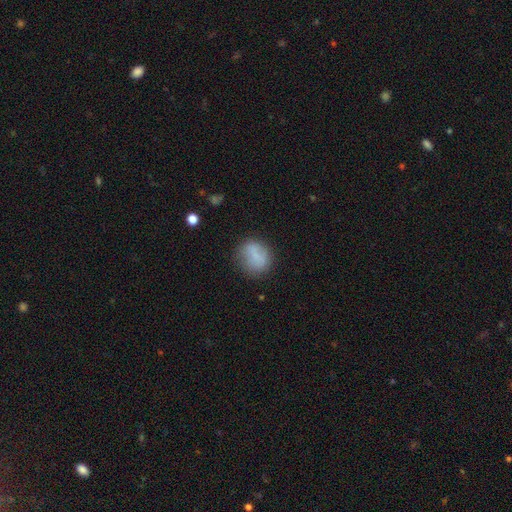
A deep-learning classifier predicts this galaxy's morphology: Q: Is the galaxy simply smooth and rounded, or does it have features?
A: smooth — 76%.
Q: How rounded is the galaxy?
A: round — 71%.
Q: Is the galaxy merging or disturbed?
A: none — 68%.